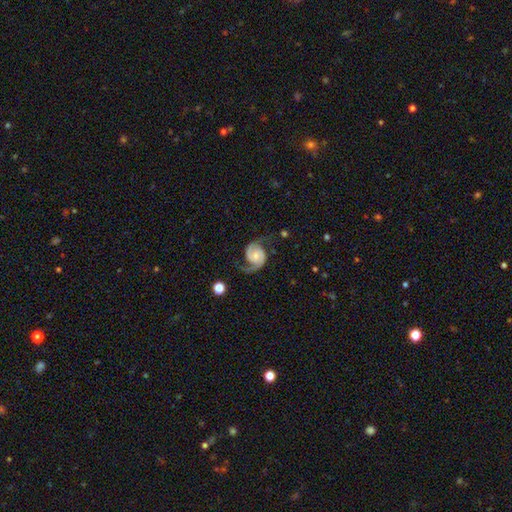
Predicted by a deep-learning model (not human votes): featured or disk 91%, star or artifact 5%, smooth 5%. Down the decision tree: edge-on disk — no (98%); bar — no (63%); spiral arms — yes (98%); spiral arm count — 2 (93%); spiral winding — medium (52%); bulge size — small (53%); merging — none (72%).